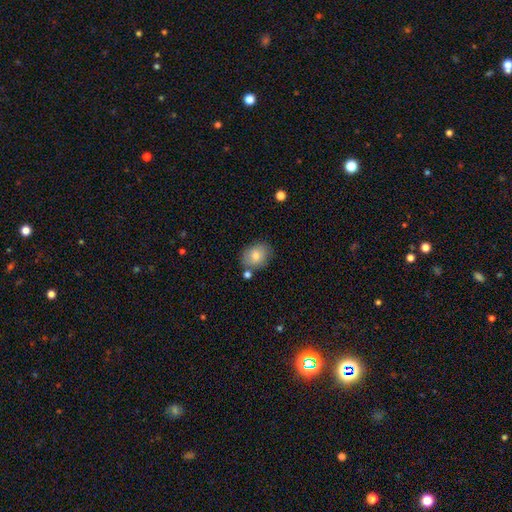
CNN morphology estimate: smooth-or-featured: smooth: 78% | featured or disk: 14% | star or artifact: 8%
  how-rounded: in between: 55% | round: 44% | cigar-shaped: 1%
  merging: none: 74% | minor disturbance: 15% | merger: 8% | major disturbance: 3%